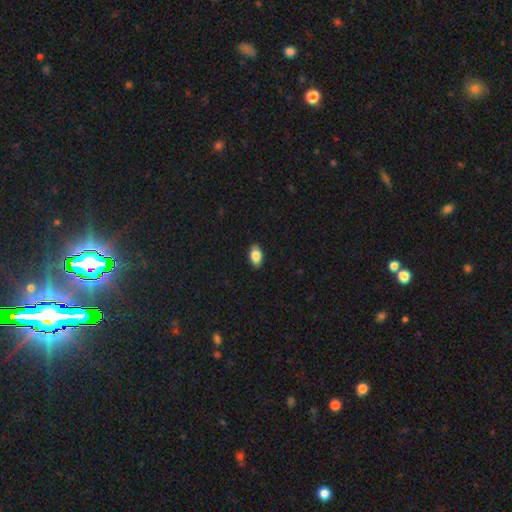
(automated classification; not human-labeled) smooth_or_featured: smooth (p=0.85) [alt: featured or disk p=0.08]
how_rounded: in between (p=0.92) [alt: round p=0.06]
merging: none (p=0.89) [alt: minor disturbance p=0.08]